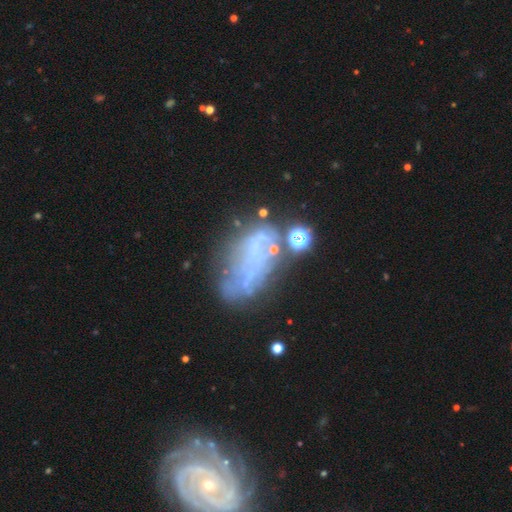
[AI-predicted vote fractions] Smooth or featured?
  - featured or disk: 50% *
  - smooth: 27%
  - star or artifact: 23%
Edge-on disk?
  - no: 95% *
  - yes: 5%
Merging?
  - none: 39% *
  - major disturbance: 28%
  - minor disturbance: 21%
  - merger: 12%